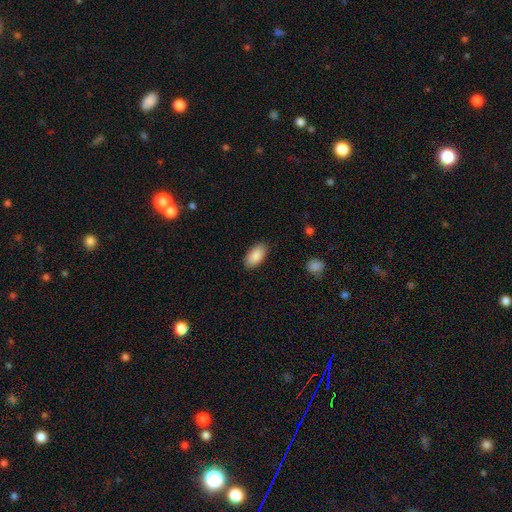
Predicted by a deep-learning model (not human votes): This is clearly a smooth galaxy (89%). How rounded: clearly in between (94%). Merging: clearly none (87%).